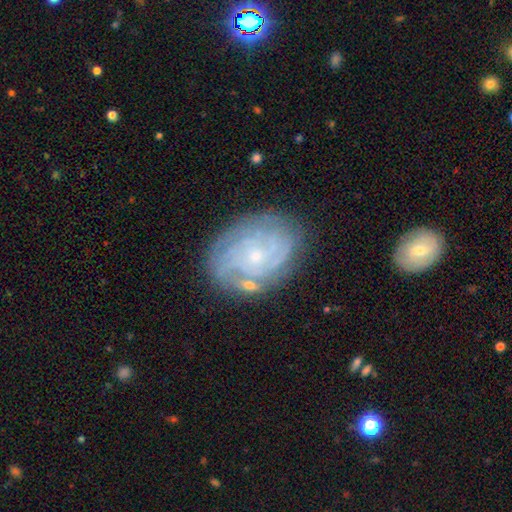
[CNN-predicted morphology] Smooth or featured? featured or disk (82%)
Edge-on disk? no (97%)
Bar? no (77%)
Spiral arms? yes (94%)
Spiral winding? tight (77%)
Spiral arm count? can't tell (35%)
Bulge size? small (77%)
Merging? none (75%)